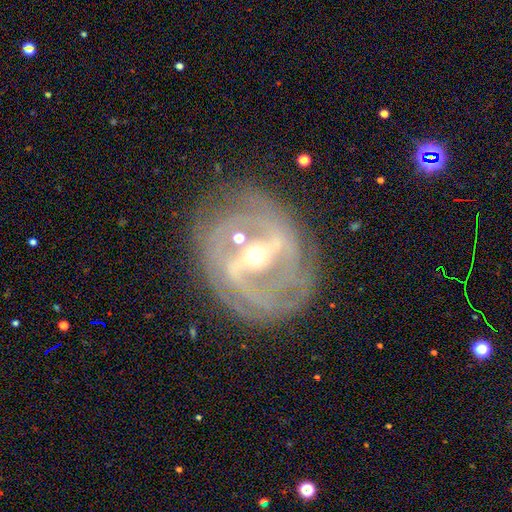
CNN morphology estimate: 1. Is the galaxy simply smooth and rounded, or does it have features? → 88% featured or disk, 6% star or artifact, 6% smooth.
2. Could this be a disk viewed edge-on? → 94% no, 6% yes.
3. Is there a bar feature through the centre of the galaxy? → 66% strong, 24% weak, 10% no.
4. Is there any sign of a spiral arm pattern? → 93% yes, 7% no.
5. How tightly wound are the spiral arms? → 59% tight, 31% medium, 10% loose.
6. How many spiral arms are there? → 42% 2, 22% can't tell, 17% 3, 9% 4, 6% more than 4, 5% 1.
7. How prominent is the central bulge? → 50% moderate, 45% small, 3% large, 1% dominant, 1% none.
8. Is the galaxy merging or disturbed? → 75% none, 15% minor disturbance, 7% major disturbance, 3% merger.